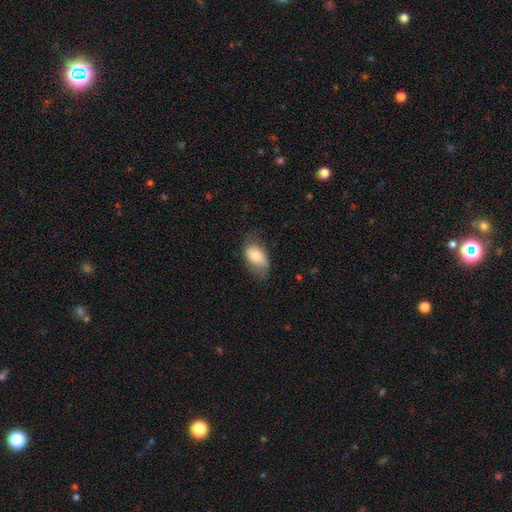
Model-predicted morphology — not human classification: This is likely a smooth galaxy (77%). How rounded: clearly in between (92%). Merging: possibly none (53%).